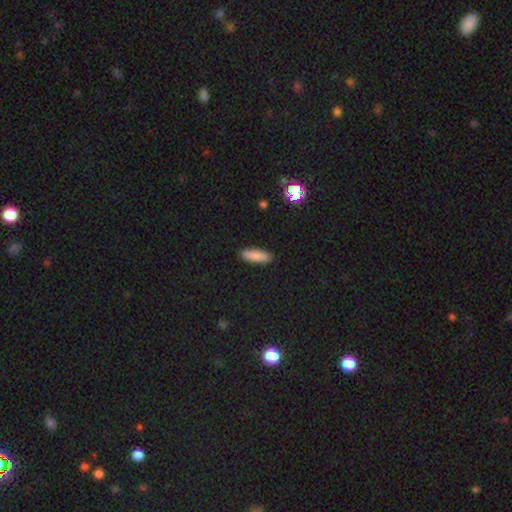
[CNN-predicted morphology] The model was most divided on "how rounded": in between: 53%, cigar-shaped: 45%, round: 2%. More confident: merging — none (90%); smooth or featured — smooth (86%).